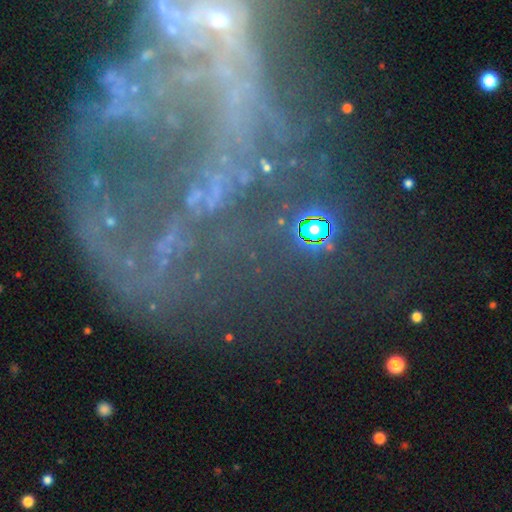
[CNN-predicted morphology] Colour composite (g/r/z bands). It shows a featured or disk galaxy (55%) with no bar (59%), spiral arms (52%) and no central bulge (39%). Merging: none (41%).